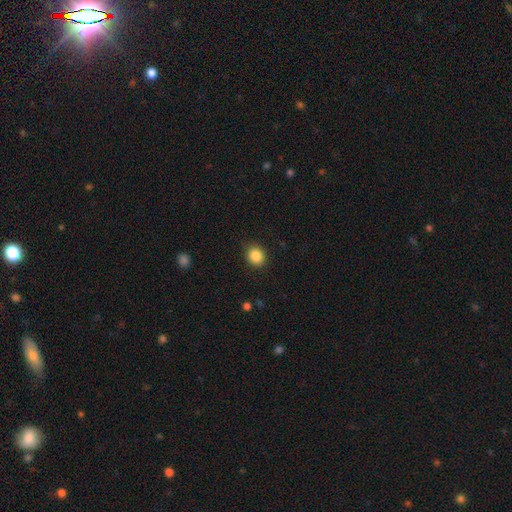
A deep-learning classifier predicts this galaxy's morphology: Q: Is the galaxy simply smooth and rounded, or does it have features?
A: smooth — 86%.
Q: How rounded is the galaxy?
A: round — 76%.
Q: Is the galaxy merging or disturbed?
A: none — 87%.